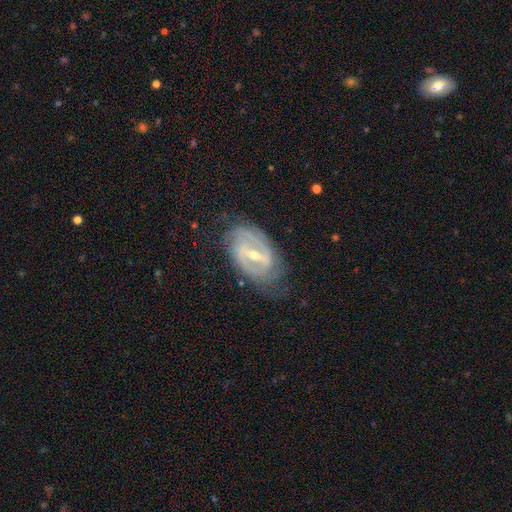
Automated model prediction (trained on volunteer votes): Overall: featured or disk (86%). Edge-on disk: no (94%). Bar: strong (55%; weak 35%). Spiral arms: yes (93%). Spiral arm count: 2 (71%). Spiral winding: tight (52%; medium 37%). Bulge size: small (52%; moderate 44%). Merging: none (74%).